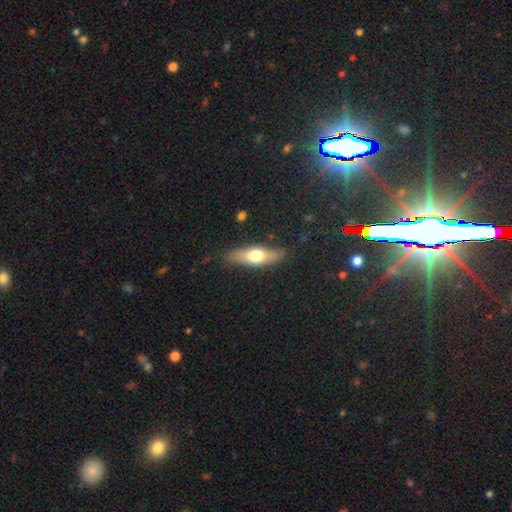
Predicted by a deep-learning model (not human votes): Morphology: type=smooth (57%); roundness=in between (49%); merging=none (83%).